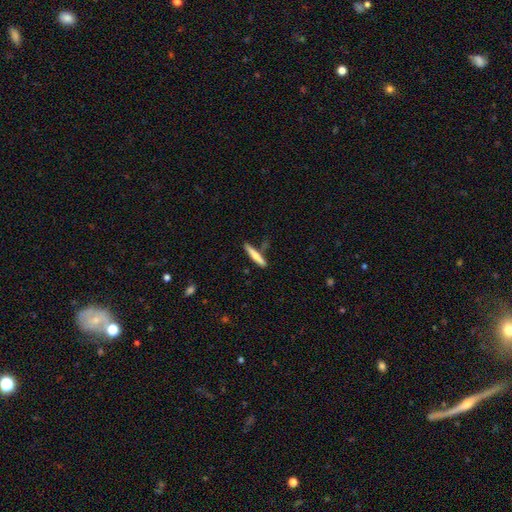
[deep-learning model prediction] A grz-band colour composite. It shows a smooth galaxy with no disk features (64%) that is cigar-shaped (92%). Merging: none (80%).